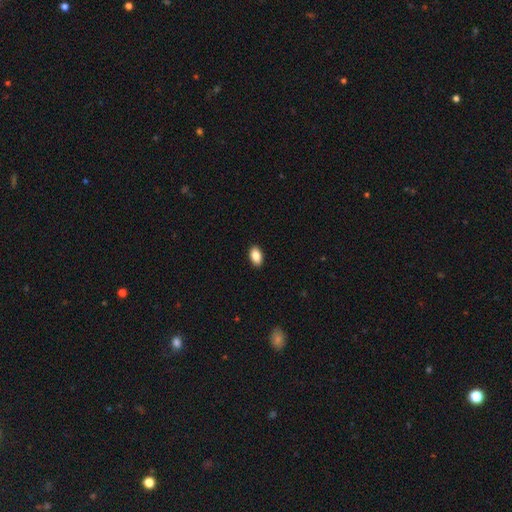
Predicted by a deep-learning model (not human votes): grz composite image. It shows a smooth galaxy with no disk features (87%) that is in between round and cigar-shaped (93%). Merging: none (91%).